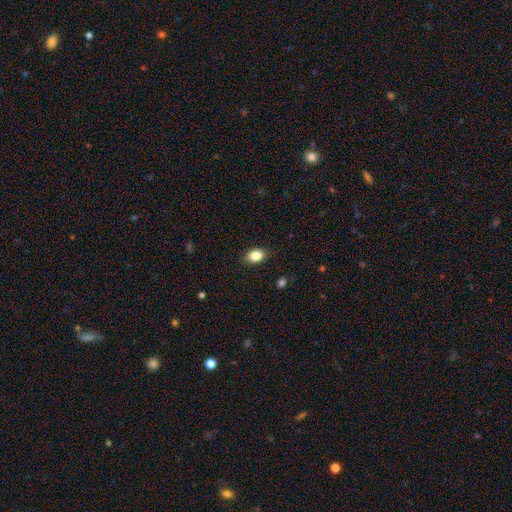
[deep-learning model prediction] smooth 86%, star or artifact 8%, featured or disk 6%. Down the decision tree: how rounded — in between (81%); merging — none (86%).